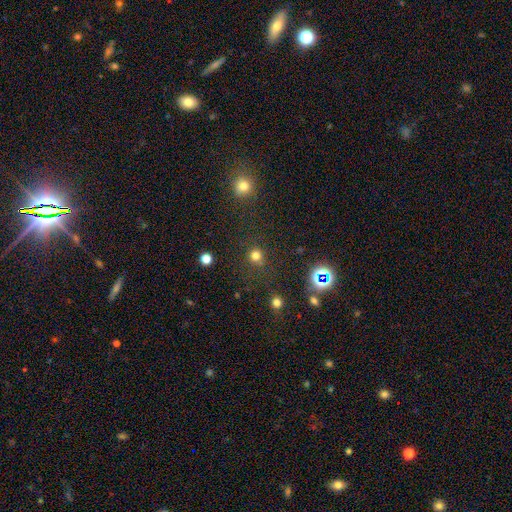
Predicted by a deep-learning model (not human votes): smooth-or-featured: smooth: 74% | star or artifact: 21% | featured or disk: 5%
  how-rounded: round: 92% | in between: 7% | cigar-shaped: 1%
  merging: none: 82% | minor disturbance: 8% | merger: 5% | major disturbance: 5%